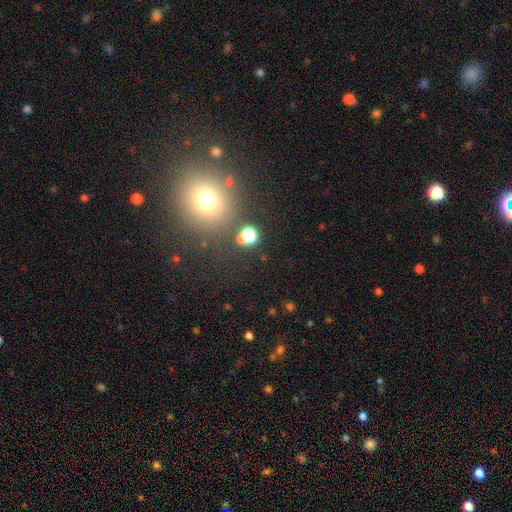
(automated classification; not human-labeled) smooth_or_featured: smooth (p=0.57) [alt: star or artifact p=0.33]
how_rounded: round (p=0.76) [alt: in between p=0.22]
merging: none (p=0.83) [alt: minor disturbance p=0.08]